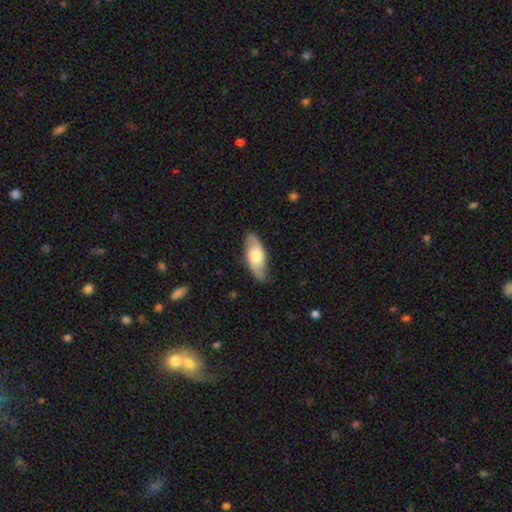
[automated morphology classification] smooth-or-featured: smooth: 58% | featured or disk: 37% | star or artifact: 6%
  how-rounded: in between: 80% | cigar-shaped: 17% | round: 3%
  merging: none: 77% | minor disturbance: 18% | major disturbance: 4% | merger: 1%